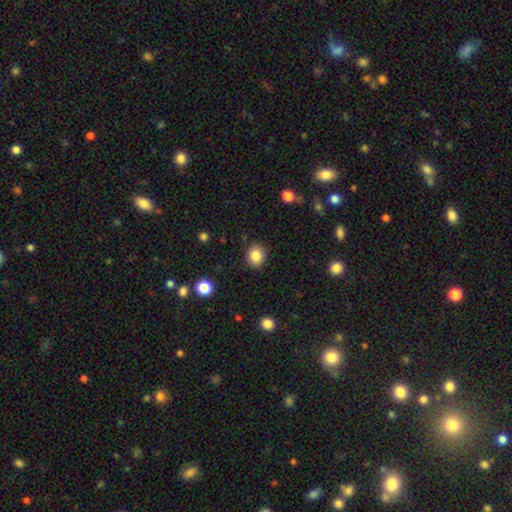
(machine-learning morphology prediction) Smooth or featured? smooth (85%)
How rounded? round (64%)
Merging? none (88%)